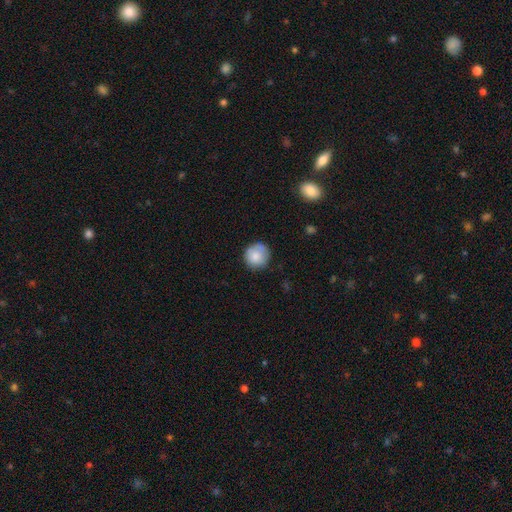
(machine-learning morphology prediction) Q: Smooth or featured?
A: smooth (79%); runner-up: featured or disk (13%)
Q: How rounded?
A: round (92%); runner-up: in between (7%)
Q: Merging?
A: none (74%); runner-up: minor disturbance (18%)